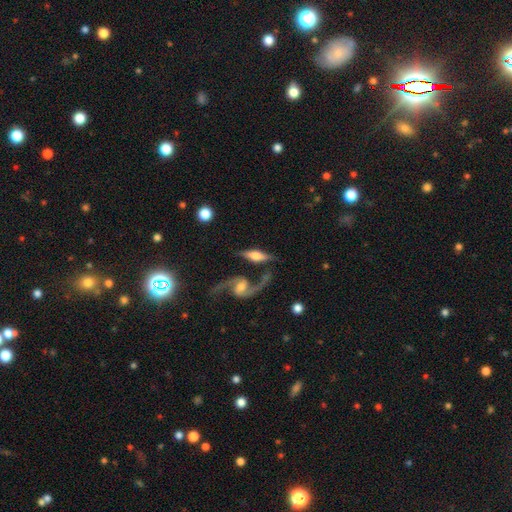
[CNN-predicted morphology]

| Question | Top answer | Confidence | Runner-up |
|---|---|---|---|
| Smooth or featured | featured or disk | 60% | smooth (33%) |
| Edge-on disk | yes | 50% | tied: no (50%) |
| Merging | none | 51% | merger (23%) |